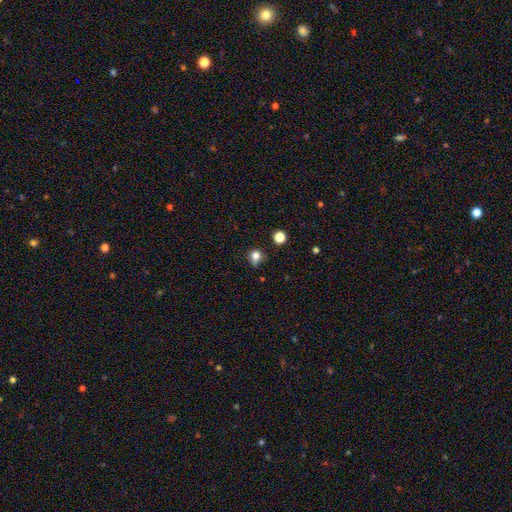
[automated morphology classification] smooth 78%, star or artifact 14%, featured or disk 8%. Down the decision tree: how rounded — round (80%); merging — none (65%).